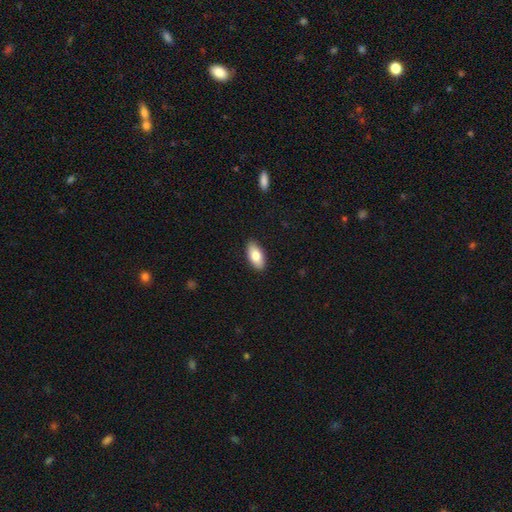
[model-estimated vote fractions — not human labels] smooth_or_featured: smooth (p=0.83) [alt: featured or disk p=0.11]
how_rounded: in between (p=0.91) [alt: cigar-shaped p=0.06]
merging: none (p=0.89) [alt: minor disturbance p=0.08]